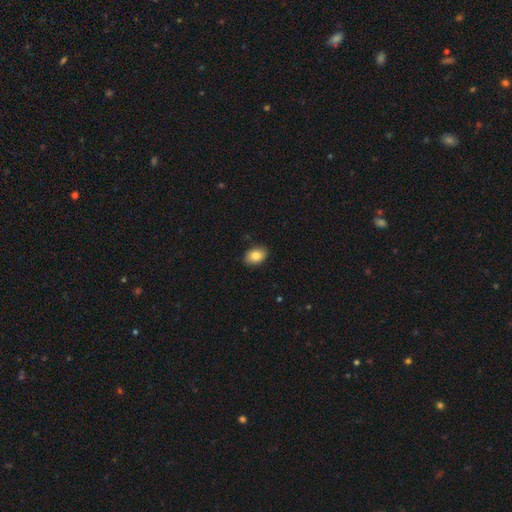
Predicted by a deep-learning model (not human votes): Smooth or featured?
  - smooth: 84% *
  - featured or disk: 9%
  - star or artifact: 8%
How rounded?
  - in between: 82% *
  - round: 17%
  - cigar-shaped: 1%
Merging?
  - none: 88% *
  - minor disturbance: 10%
  - major disturbance: 2%
  - merger: 1%